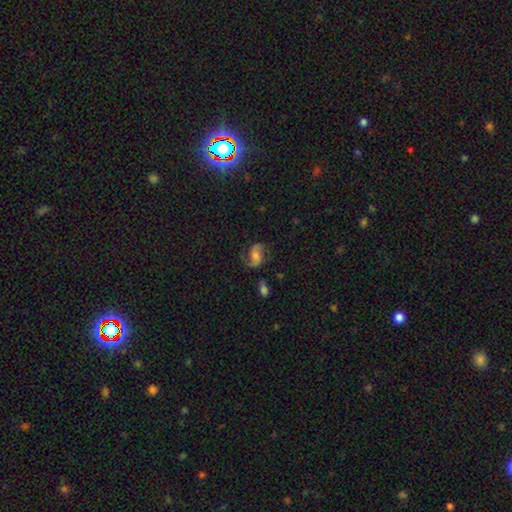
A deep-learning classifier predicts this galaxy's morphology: A featured or disk galaxy (70%) with no bar (48%), 2 (86%) loose (47%) spiral arms (94%) and a moderate central bulge (42%).

Vote fractions:
- Smooth or featured? featured or disk: 70% / smooth: 21% / star or artifact: 9%
- Edge-on disk? no: 97% / yes: 3%
- Bar? no: 48% / weak: 36% / strong: 15%
- Spiral arms? yes: 94% / no: 6%
- Spiral winding? loose: 47% / medium: 42% / tight: 11%
- Spiral arm count? 2: 86% / 1: 7% / can't tell: 4% / 3: 1% / 4: 1% / more than 4: 1%
- Bulge size? moderate: 42% / small: 32% / large: 14% / none: 10% / dominant: 3%
- Merging? none: 65% / minor disturbance: 18% / major disturbance: 15% / merger: 2%